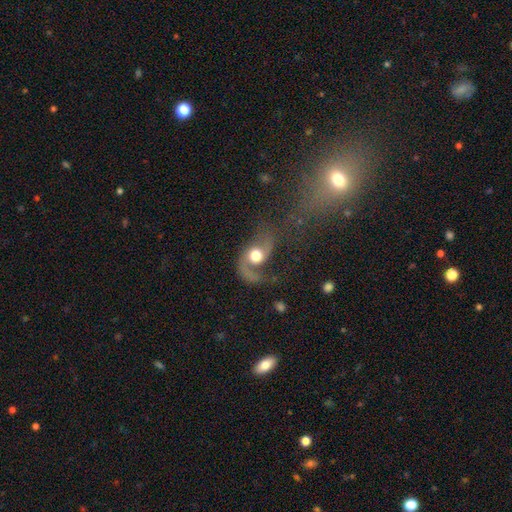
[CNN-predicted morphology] featured or disk 75%, smooth 18%, star or artifact 7%. Down the decision tree: edge-on disk — no (97%); bar — no (71%); spiral arms — yes (91%); spiral arm count — 2 (71%); spiral winding — loose (65%); bulge size — moderate (47%); merging — none (44%).